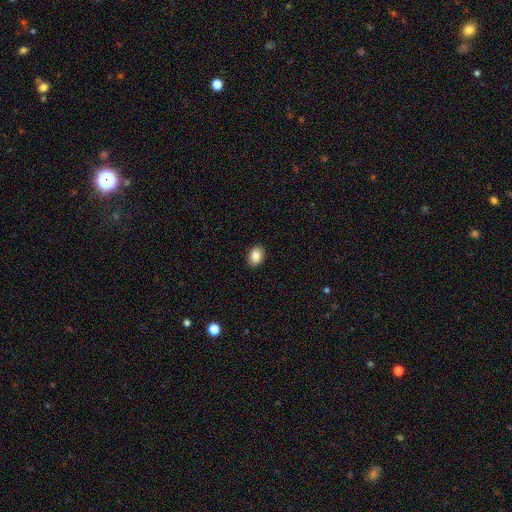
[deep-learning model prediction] Smooth or featured? smooth (87%)
How rounded? in between (79%)
Merging? none (90%)